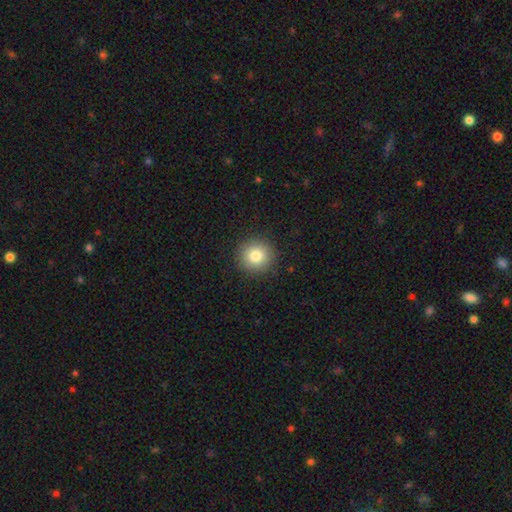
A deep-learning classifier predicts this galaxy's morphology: smooth-or-featured: smooth: 82% | star or artifact: 10% | featured or disk: 8%
  how-rounded: round: 94% | in between: 5% | cigar-shaped: 1%
  merging: none: 91% | minor disturbance: 6% | major disturbance: 2% | merger: 1%